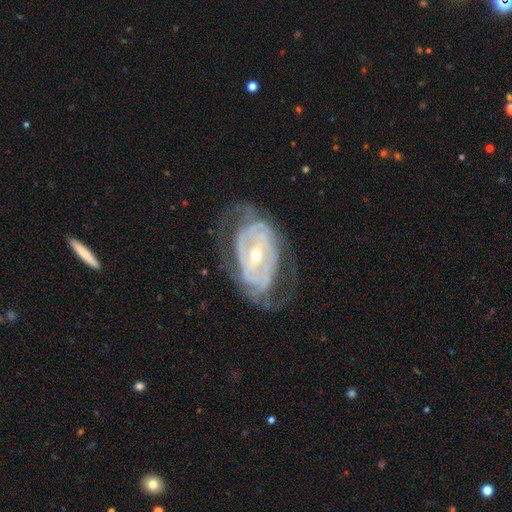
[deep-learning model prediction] Smooth or featured? featured or disk (87%)
Edge-on disk? no (95%)
Bar? weak (37%)
Spiral arms? yes (86%)
Spiral winding? tight (55%)
Spiral arm count? 2 (39%)
Bulge size? small (62%)
Merging? none (58%)